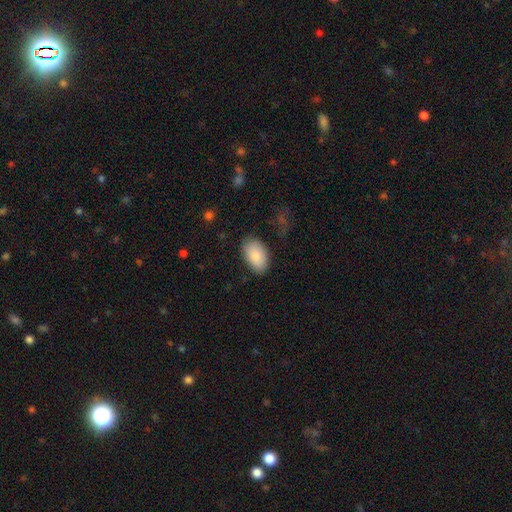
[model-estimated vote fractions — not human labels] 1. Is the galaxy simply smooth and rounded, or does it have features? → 85% smooth, 8% featured or disk, 7% star or artifact.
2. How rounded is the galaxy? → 93% in between, 6% round, 1% cigar-shaped.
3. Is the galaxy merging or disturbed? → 81% none, 14% minor disturbance, 3% major disturbance, 1% merger.